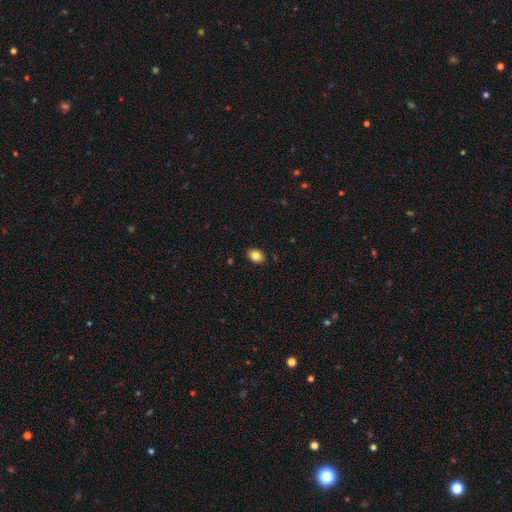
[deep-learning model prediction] Q: Smooth or featured?
A: smooth (83%); runner-up: star or artifact (9%)
Q: How rounded?
A: in between (72%); runner-up: round (27%)
Q: Merging?
A: none (88%); runner-up: minor disturbance (9%)